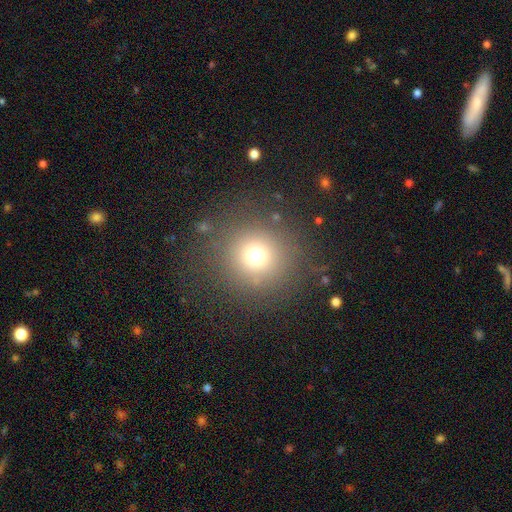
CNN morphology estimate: A smooth galaxy with no disk features (71%) that is round (94%).

Vote fractions:
- Smooth or featured? smooth: 71% / star or artifact: 19% / featured or disk: 10%
- How rounded? round: 94% / in between: 5% / cigar-shaped: 1%
- Merging? none: 84% / minor disturbance: 8% / major disturbance: 6% / merger: 2%